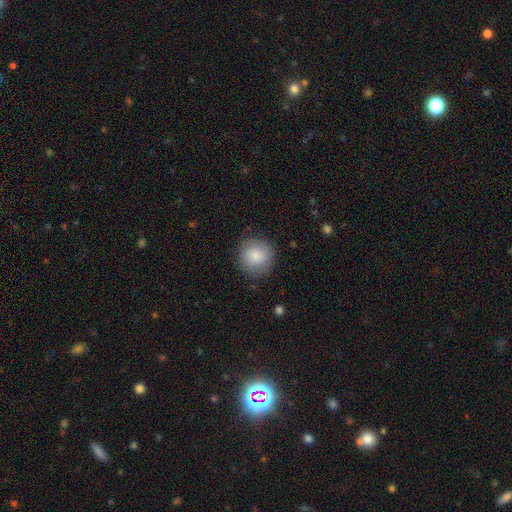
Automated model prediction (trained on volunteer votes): Overall: smooth (84%). How rounded: round (92%). Merging: none (83%).